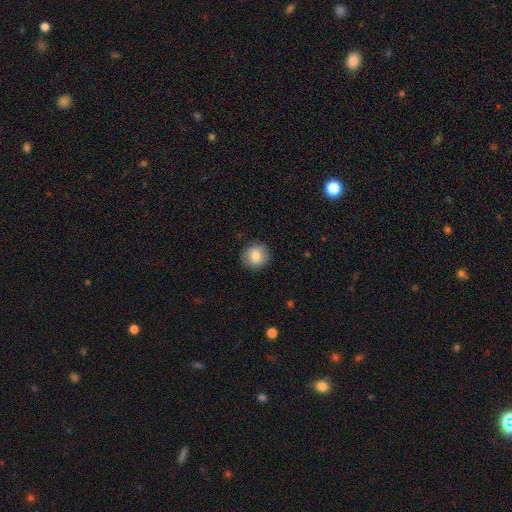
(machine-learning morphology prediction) A smooth galaxy with no disk features (82%) that is round (91%).

Vote fractions:
- Smooth or featured? smooth: 82% / featured or disk: 10% / star or artifact: 8%
- How rounded? round: 91% / in between: 8% / cigar-shaped: 1%
- Merging? none: 89% / minor disturbance: 8% / major disturbance: 2% / merger: 1%